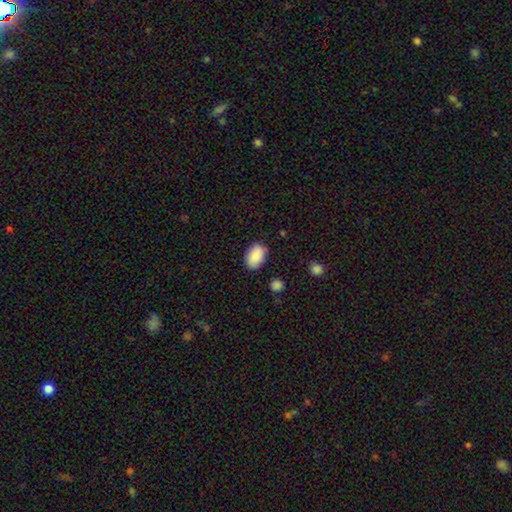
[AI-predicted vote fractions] smooth 89%, star or artifact 7%, featured or disk 5%. Down the decision tree: how rounded — in between (89%); merging — none (82%).